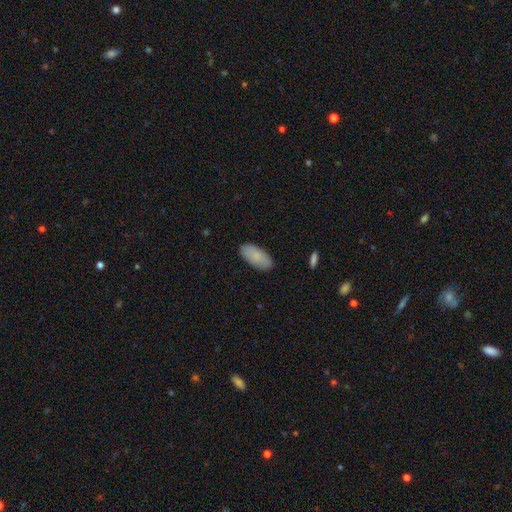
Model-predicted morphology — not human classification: The model was most divided on "smooth or featured": smooth: 84%, featured or disk: 9%, star or artifact: 6%. More confident: how rounded — in between (92%); merging — none (87%).